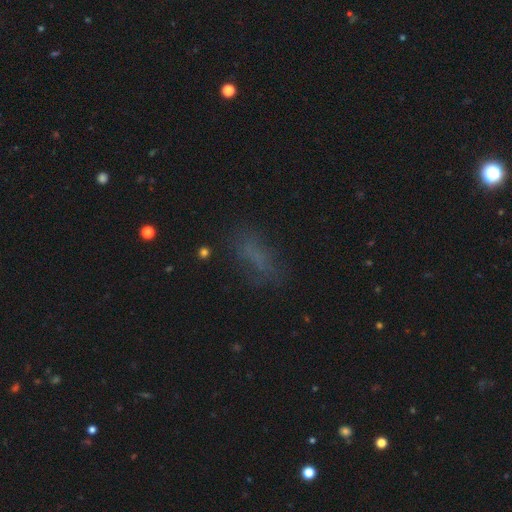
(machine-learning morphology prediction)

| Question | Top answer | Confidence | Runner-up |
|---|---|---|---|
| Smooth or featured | smooth | 62% | star or artifact (21%) |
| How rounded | in between | 58% | cigar-shaped (37%) |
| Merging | none | 66% | minor disturbance (19%) |